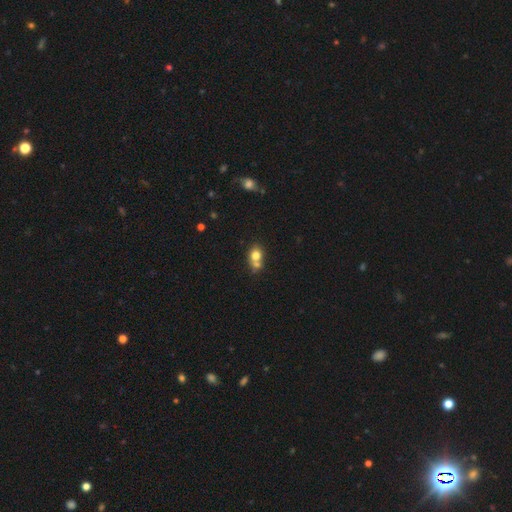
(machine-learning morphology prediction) smooth 75%, featured or disk 14%, star or artifact 11%. Down the decision tree: how rounded — round (60%); merging — merger (46%).